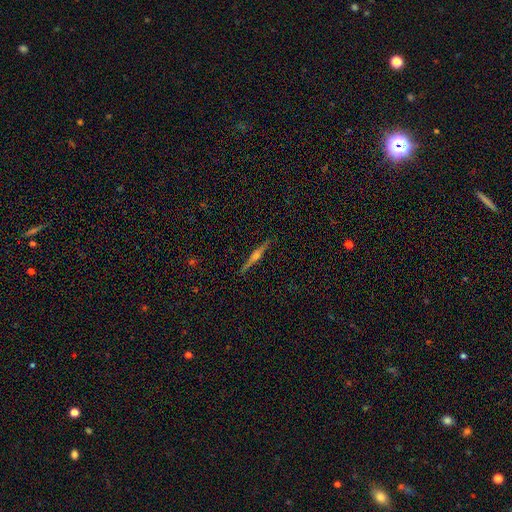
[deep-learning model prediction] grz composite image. It shows a featured or disk galaxy (77%) viewed edge-on (98%) with a rounded central bulge (88%). Merging: none (91%).